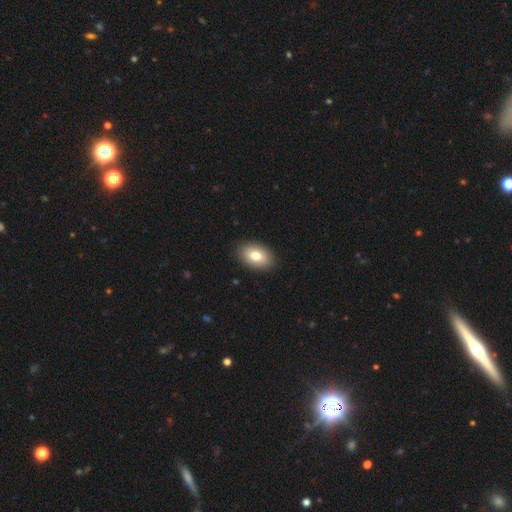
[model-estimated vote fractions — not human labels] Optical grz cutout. It shows a smooth galaxy with no disk features (78%) that is in between round and cigar-shaped (87%). Merging: none (90%).